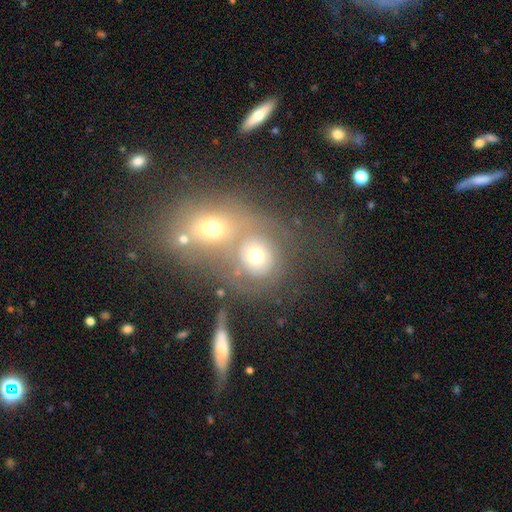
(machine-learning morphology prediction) smooth 58%, featured or disk 31%, star or artifact 11%. Down the decision tree: how rounded — round (76%); merging — merger (56%).